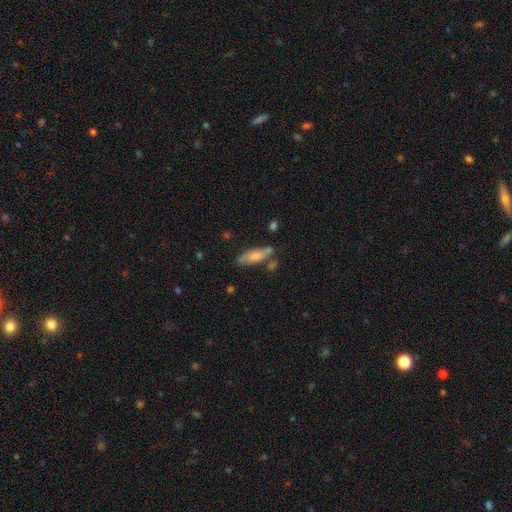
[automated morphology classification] A smooth galaxy with no disk features (68%) that is cigar-shaped (57%).

Vote fractions:
- Smooth or featured? smooth: 68% / featured or disk: 25% / star or artifact: 7%
- How rounded? cigar-shaped: 57% / in between: 41% / round: 2%
- Merging? none: 62% / minor disturbance: 20% / merger: 12% / major disturbance: 6%